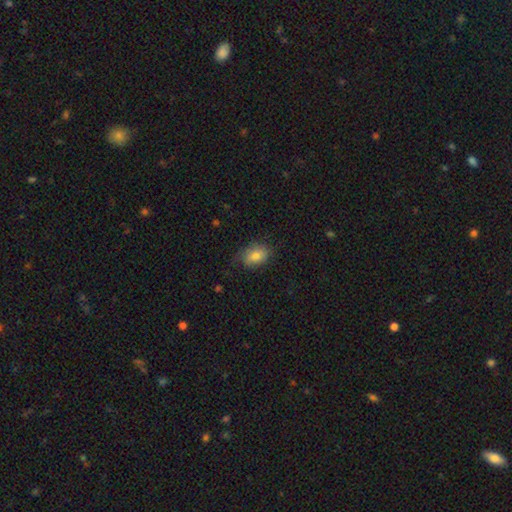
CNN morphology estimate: A smooth galaxy with no disk features (77%) that is in between round and cigar-shaped (82%). Merging: none (68%).